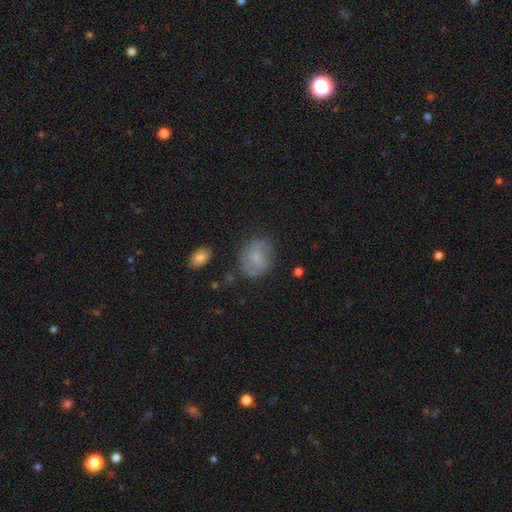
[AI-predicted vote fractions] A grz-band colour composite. It shows a smooth galaxy with no disk features (54%) that is round (51%). Merging: none (74%).